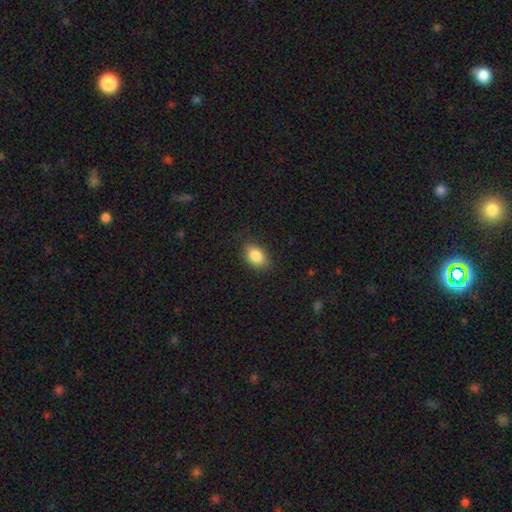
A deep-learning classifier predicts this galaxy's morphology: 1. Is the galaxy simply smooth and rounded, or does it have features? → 86% smooth, 8% star or artifact, 6% featured or disk.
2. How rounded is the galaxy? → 78% in between, 20% round, 1% cigar-shaped.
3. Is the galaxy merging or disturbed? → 82% none, 14% minor disturbance, 3% major disturbance, 1% merger.